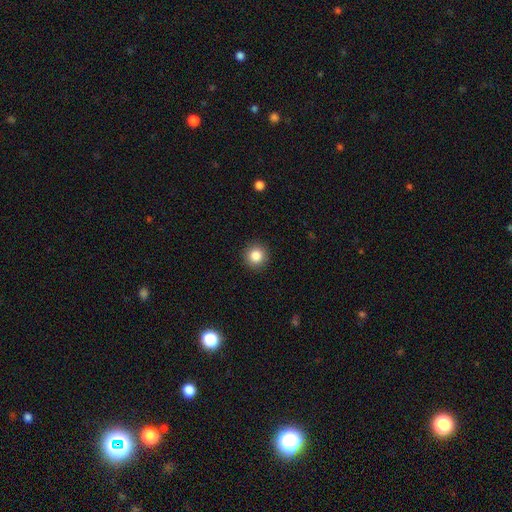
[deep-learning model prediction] Smooth or featured? smooth (85%)
How rounded? round (95%)
Merging? none (92%)